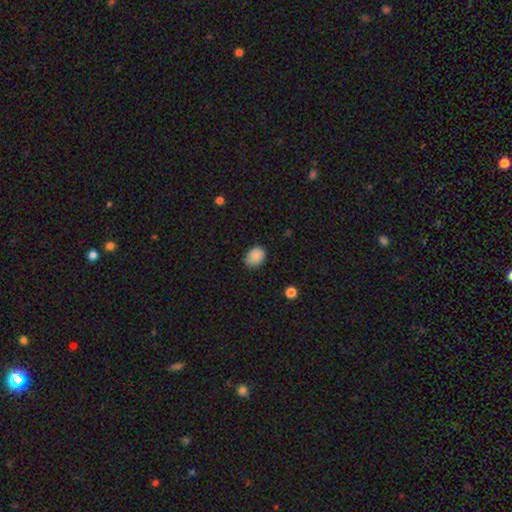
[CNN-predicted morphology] This appears to be a smooth galaxy with no disk features (88%) that is in between round and cigar-shaped (61%). Merging: none (78%).